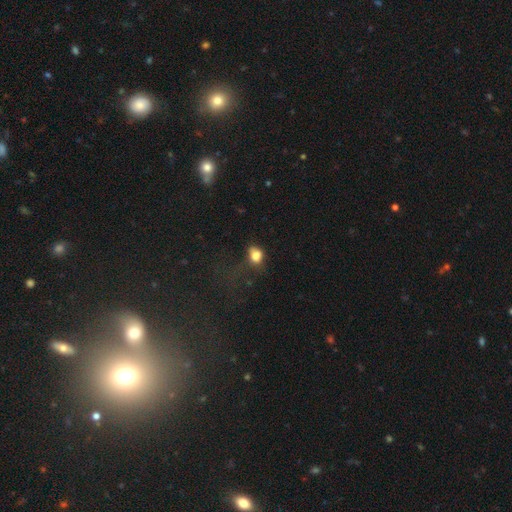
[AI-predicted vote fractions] smooth_or_featured: smooth (p=0.79) [alt: star or artifact p=0.12]
how_rounded: in between (p=0.53) [alt: round p=0.45]
merging: none (p=0.35) [alt: major disturbance p=0.32]